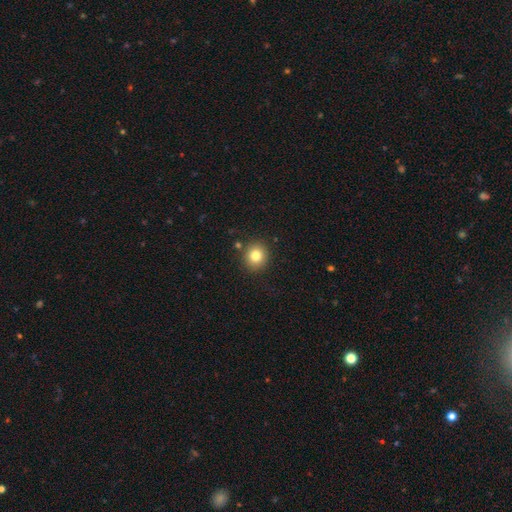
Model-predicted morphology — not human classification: Smooth or featured? smooth (81%)
How rounded? round (87%)
Merging? none (87%)